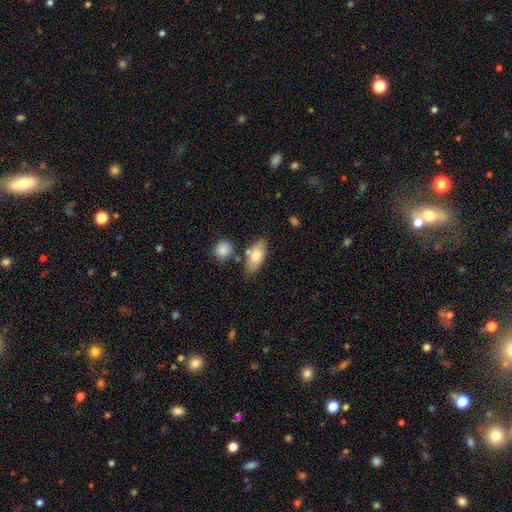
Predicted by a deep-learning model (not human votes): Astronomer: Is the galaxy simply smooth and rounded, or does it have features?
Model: smooth — 77%.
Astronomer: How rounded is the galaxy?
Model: in between — 88%.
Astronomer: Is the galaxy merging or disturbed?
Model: none — 70%.